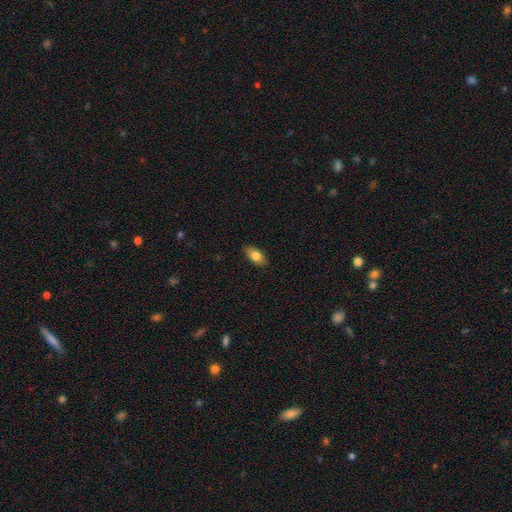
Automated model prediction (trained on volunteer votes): Overall: smooth (80%). How rounded: in between (90%). Merging: none (87%).